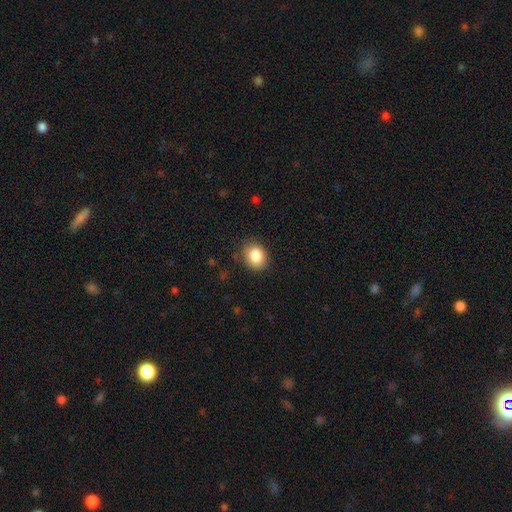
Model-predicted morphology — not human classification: A smooth galaxy with no disk features (86%) that is round (55%). Merging: none (83%).